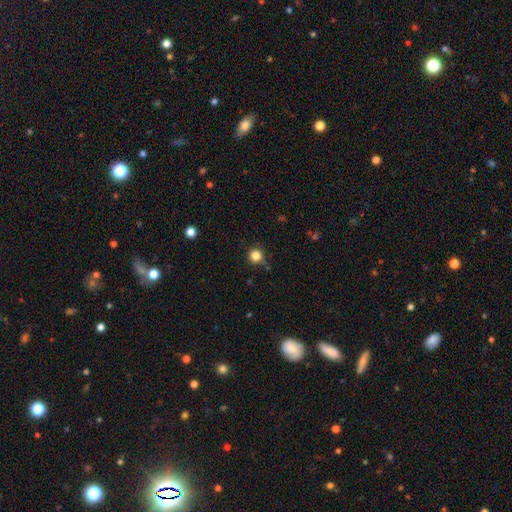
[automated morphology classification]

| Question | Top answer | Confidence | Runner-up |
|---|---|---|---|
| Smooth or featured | smooth | 84% | star or artifact (12%) |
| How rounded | round | 95% | in between (4%) |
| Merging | none | 82% | minor disturbance (12%) |